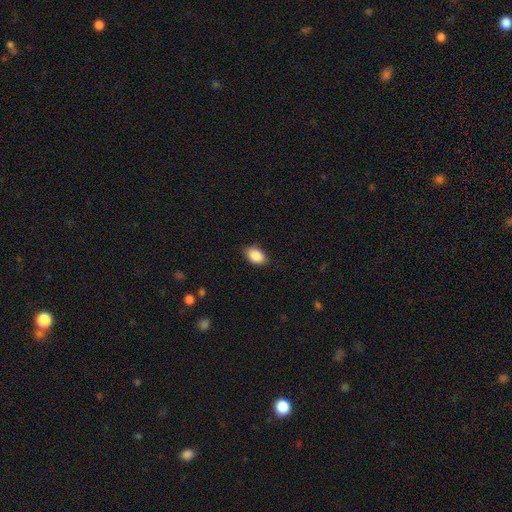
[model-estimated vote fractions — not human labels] Smooth or featured: smooth — 88% (star or artifact — 7%)
How rounded: in between — 86% (round — 12%)
Merging: none — 84% (minor disturbance — 13%)